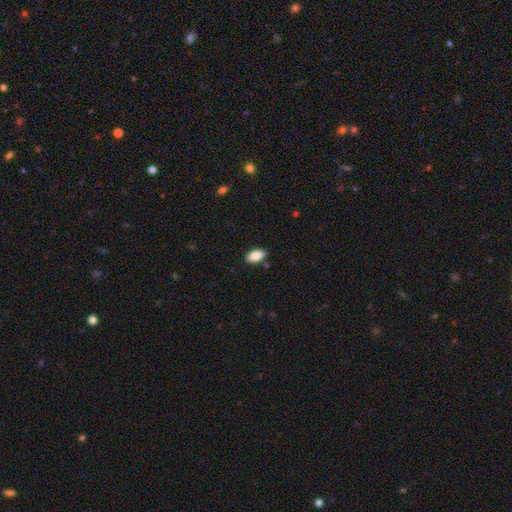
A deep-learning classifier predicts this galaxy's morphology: Smooth or featured: smooth — 88% (star or artifact — 7%)
How rounded: in between — 93% (cigar-shaped — 4%)
Merging: none — 86% (minor disturbance — 9%)